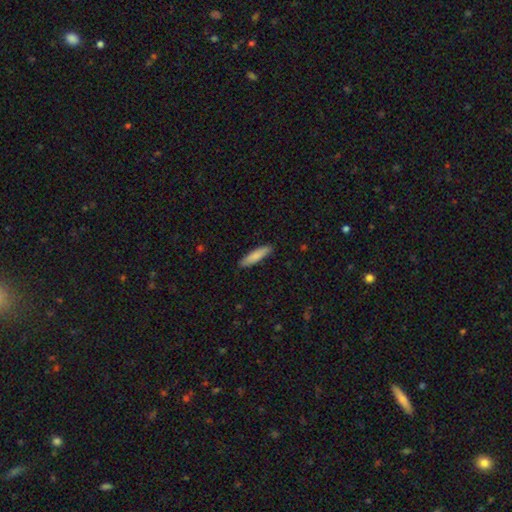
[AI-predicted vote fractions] smooth_or_featured: smooth (p=0.83) [alt: featured or disk p=0.12]
how_rounded: cigar-shaped (p=0.80) [alt: in between p=0.19]
merging: none (p=0.89) [alt: minor disturbance p=0.08]